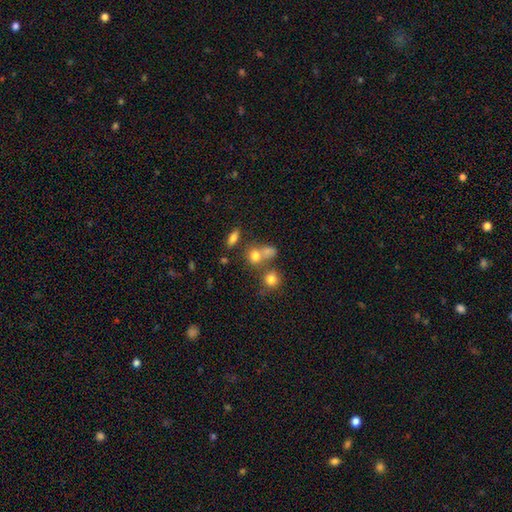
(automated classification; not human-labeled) smooth_or_featured: smooth (p=0.73) [alt: star or artifact p=0.15]
how_rounded: round (p=0.68) [alt: in between p=0.30]
merging: none (p=0.50) [alt: merger p=0.34]